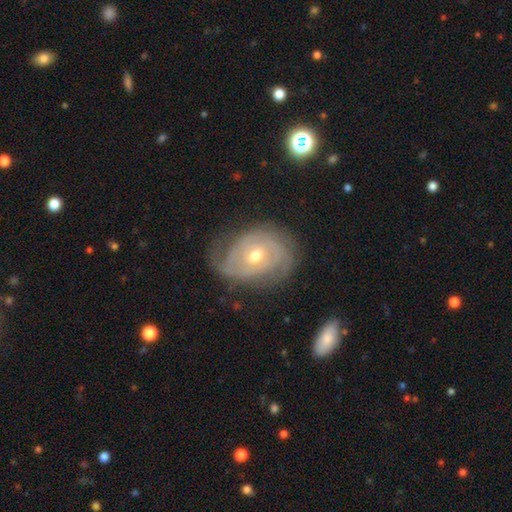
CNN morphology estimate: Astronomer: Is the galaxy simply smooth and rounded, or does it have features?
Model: featured or disk — 85%.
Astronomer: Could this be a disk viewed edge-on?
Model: no — 97%.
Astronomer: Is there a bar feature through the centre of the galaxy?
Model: no — 63%.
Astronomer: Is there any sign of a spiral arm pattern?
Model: yes — 93%.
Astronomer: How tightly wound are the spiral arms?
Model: tight — 69%.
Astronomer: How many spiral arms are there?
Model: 2 — 34% (runner-up: can't tell, 30%).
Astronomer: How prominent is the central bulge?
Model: moderate — 66%.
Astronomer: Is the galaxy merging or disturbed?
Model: none — 65%.